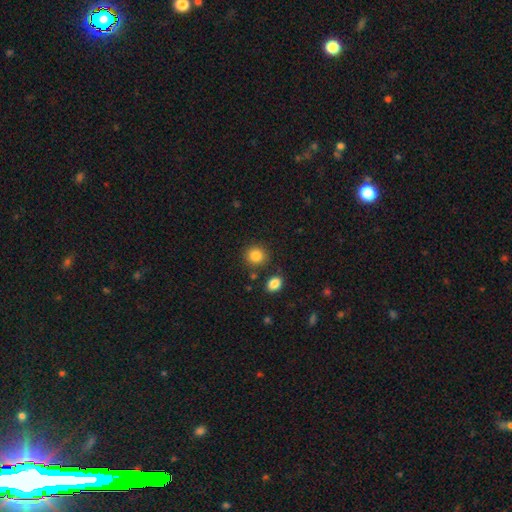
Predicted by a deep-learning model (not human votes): smooth-or-featured: smooth: 86% | star or artifact: 10% | featured or disk: 4%
  how-rounded: round: 86% | in between: 13% | cigar-shaped: 1%
  merging: none: 83% | minor disturbance: 9% | merger: 5% | major disturbance: 3%